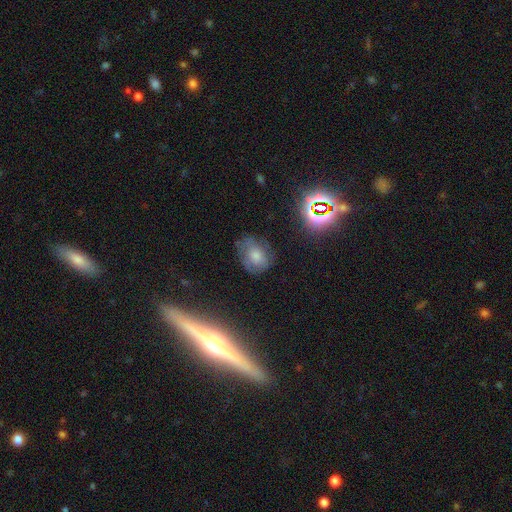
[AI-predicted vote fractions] smooth 56%, featured or disk 29%, star or artifact 16%. Down the decision tree: how rounded — in between (52%); merging — none (62%).